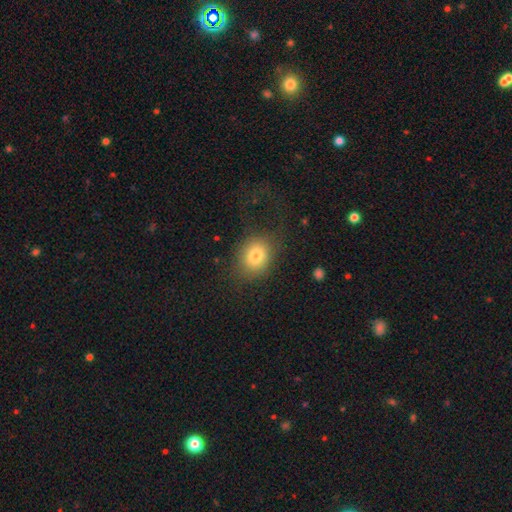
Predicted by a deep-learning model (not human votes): This appears to be a smooth galaxy with no disk features (79%) that is round (54%). Merging: none (71%).